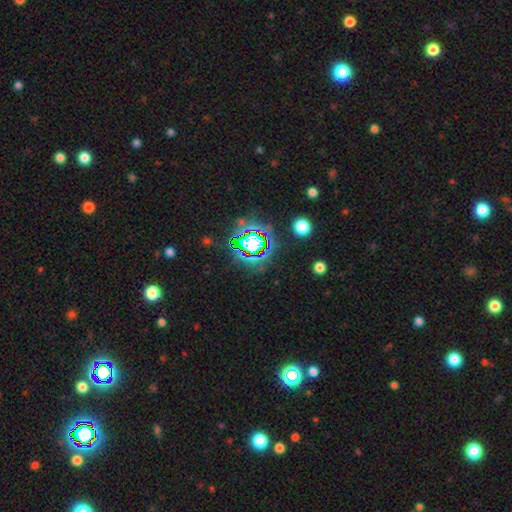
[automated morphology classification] Overall: star or artifact (81%).